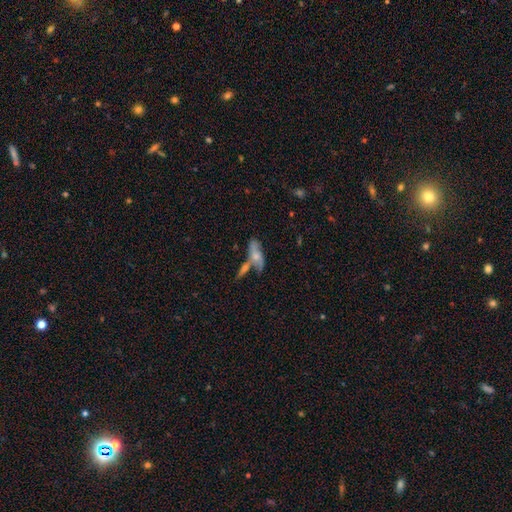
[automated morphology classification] smooth_or_featured: smooth (p=0.46) [tied with: featured or disk p=0.46]
merging: none (p=0.37) [alt: merger p=0.36]